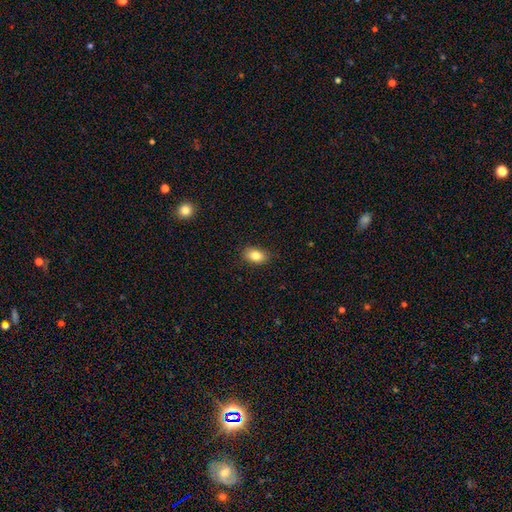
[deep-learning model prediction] Overall: smooth (84%). How rounded: in between (86%). Merging: none (85%).